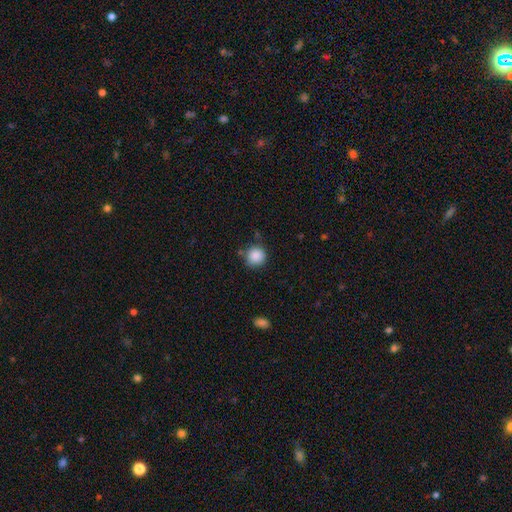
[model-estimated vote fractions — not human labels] smooth 87%, star or artifact 9%, featured or disk 4%. Down the decision tree: how rounded — round (91%); merging — none (80%).